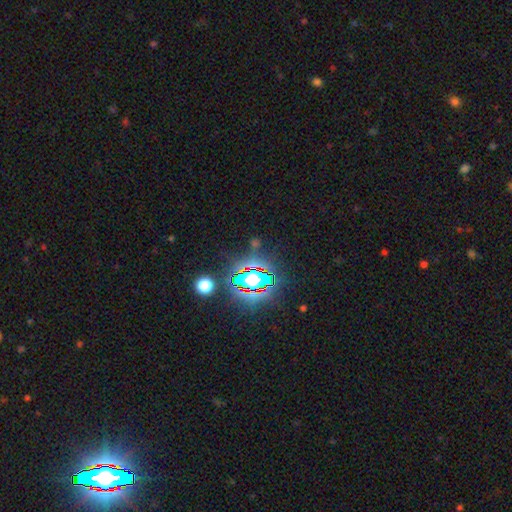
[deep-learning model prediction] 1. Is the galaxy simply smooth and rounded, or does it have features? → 82% star or artifact, 11% smooth, 7% featured or disk.